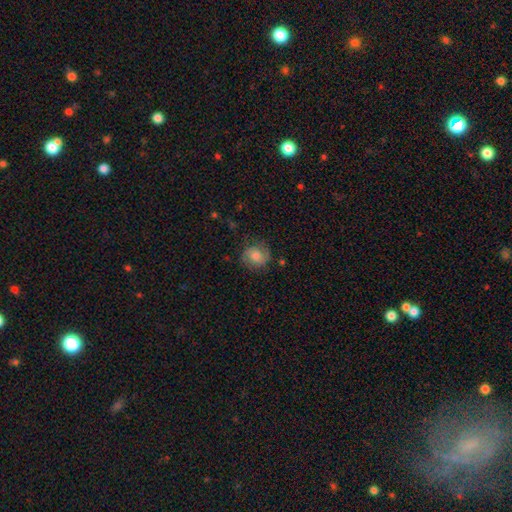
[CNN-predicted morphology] smooth-or-featured: smooth: 51% | featured or disk: 39% | star or artifact: 10%
  how-rounded: round: 79% | in between: 20% | cigar-shaped: 1%
  merging: none: 75% | minor disturbance: 17% | major disturbance: 6% | merger: 1%